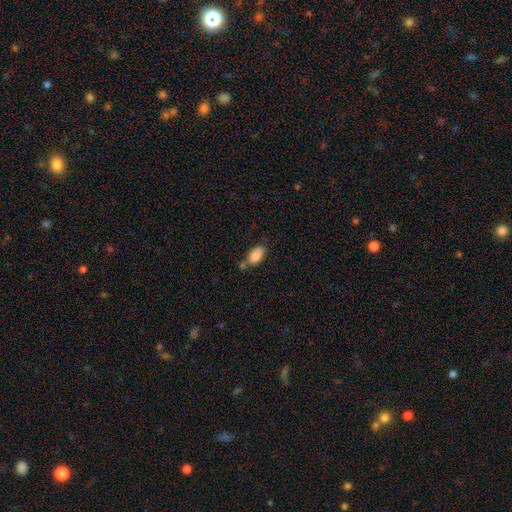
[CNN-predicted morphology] smooth 86%, star or artifact 7%, featured or disk 7%. Down the decision tree: how rounded — in between (93%); merging — none (54%).